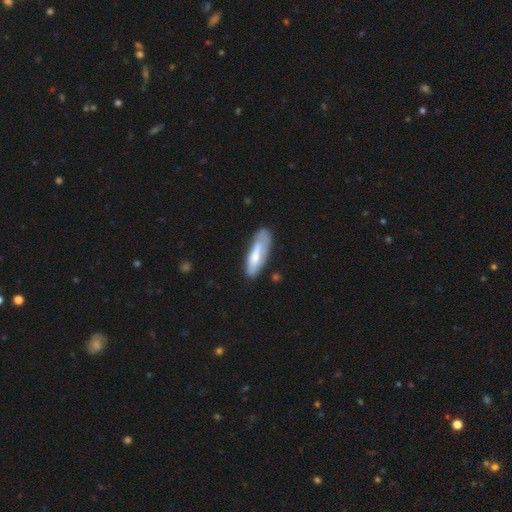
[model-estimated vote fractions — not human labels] This is likely a smooth galaxy (62%). How rounded: possibly cigar-shaped (53%). Merging: possibly none (53%).